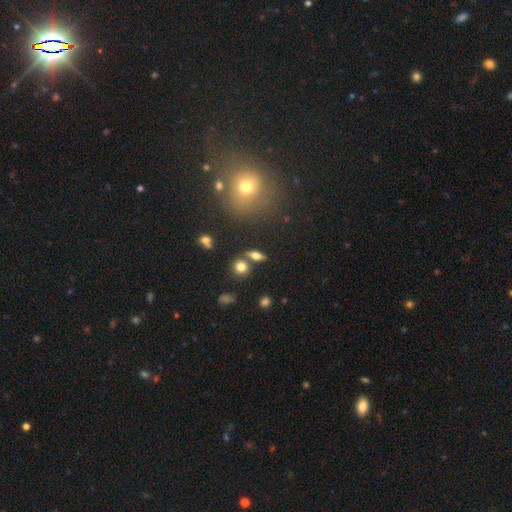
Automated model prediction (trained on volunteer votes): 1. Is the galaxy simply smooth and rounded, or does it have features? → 61% smooth, 27% featured or disk, 12% star or artifact.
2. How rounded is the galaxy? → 56% in between, 23% round, 21% cigar-shaped.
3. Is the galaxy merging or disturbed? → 72% none, 14% merger, 10% minor disturbance, 4% major disturbance.